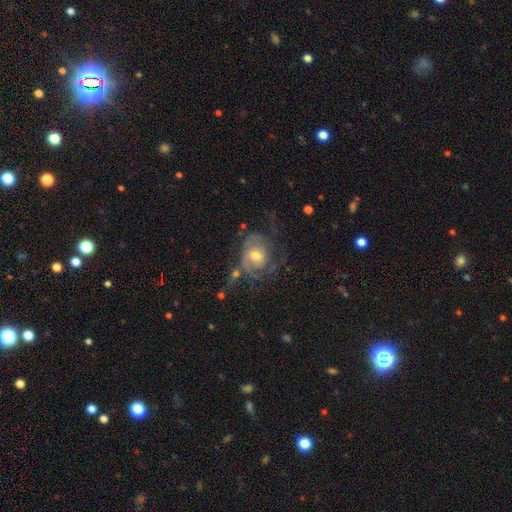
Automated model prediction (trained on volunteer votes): This appears to be a featured or disk galaxy (78%) with no bar (69%), can't tell (31%, tied with 2) tight (45%) spiral arms (86%) and a moderate central bulge (64%). Merging: none (45%).